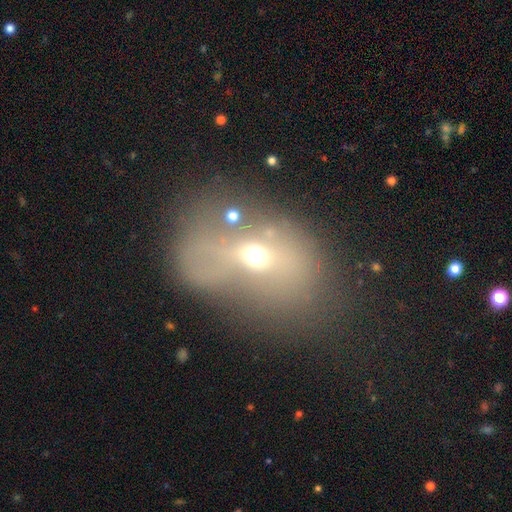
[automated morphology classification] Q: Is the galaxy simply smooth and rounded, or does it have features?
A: smooth — 46%.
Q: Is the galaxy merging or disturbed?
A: none — 39%.